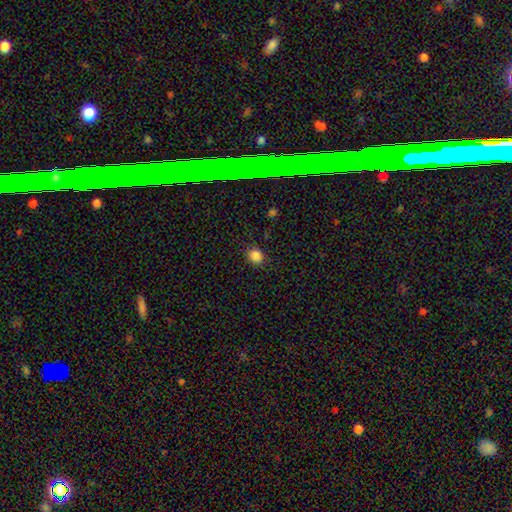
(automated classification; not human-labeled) Smooth or featured? Predicted: smooth (p=0.84). How rounded? Predicted: round (p=0.61). Merging? Predicted: none (p=0.85).